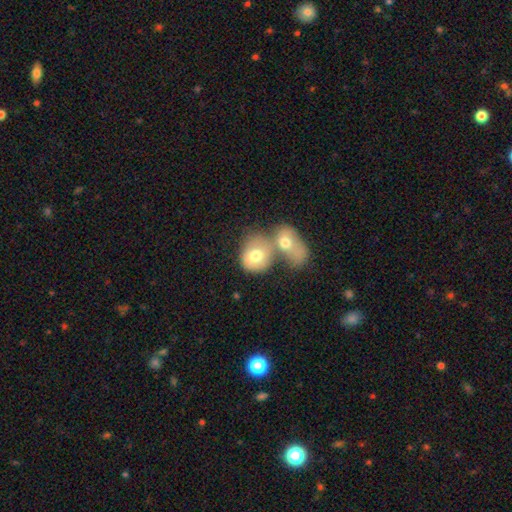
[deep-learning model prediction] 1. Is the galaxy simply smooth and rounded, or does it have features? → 70% smooth, 23% featured or disk, 8% star or artifact.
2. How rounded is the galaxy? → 60% round, 39% in between, 1% cigar-shaped.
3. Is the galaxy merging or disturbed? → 67% merger, 20% none, 8% minor disturbance, 6% major disturbance.